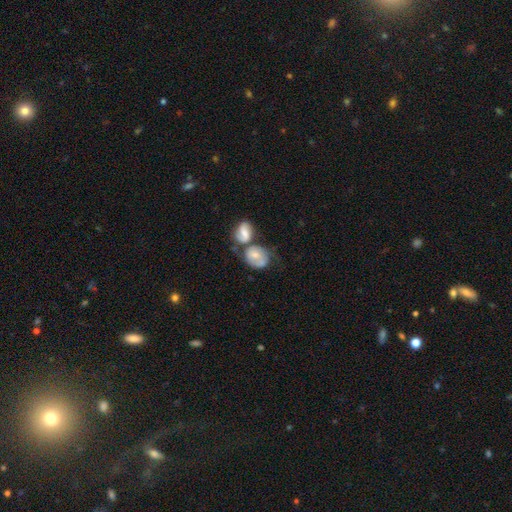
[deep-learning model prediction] smooth-or-featured: smooth: 54% | featured or disk: 39% | star or artifact: 7%
  how-rounded: in between: 53% | round: 46% | cigar-shaped: 1%
  merging: merger: 54% | none: 23% | minor disturbance: 13% | major disturbance: 10%